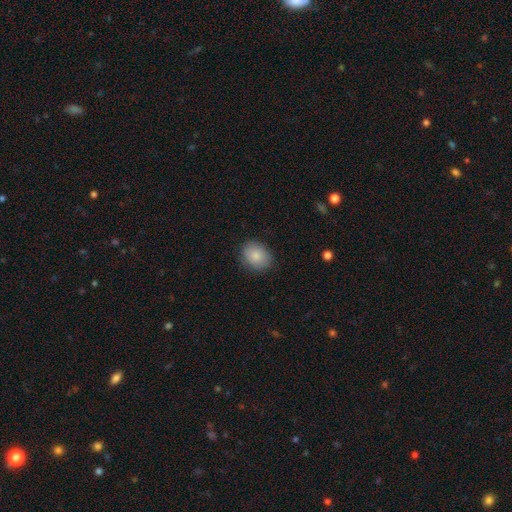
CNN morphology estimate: smooth_or_featured: smooth (p=0.85) [alt: star or artifact p=0.08]
how_rounded: round (p=0.56) [alt: in between p=0.43]
merging: none (p=0.85) [alt: minor disturbance p=0.11]